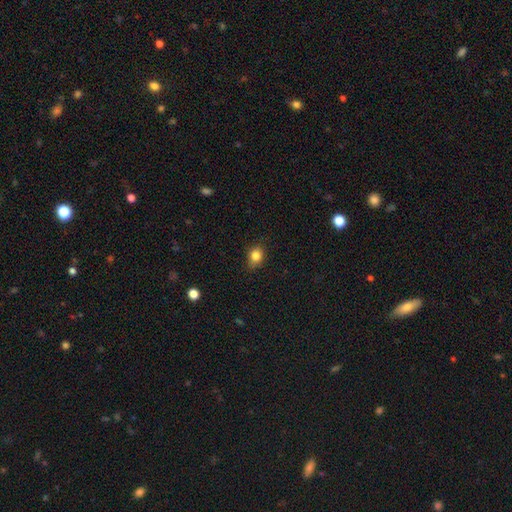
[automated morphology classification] The model was most divided on "how rounded": round: 53%, in between: 46%, cigar-shaped: 1%. More confident: smooth or featured — smooth (82%); merging — none (78%).